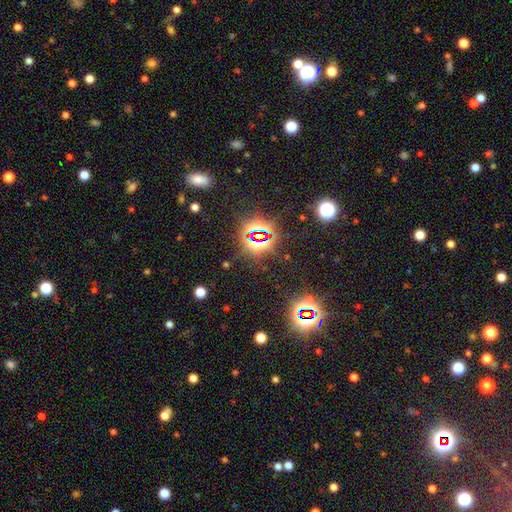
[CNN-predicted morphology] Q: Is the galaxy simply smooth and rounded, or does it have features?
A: star or artifact — 80%.